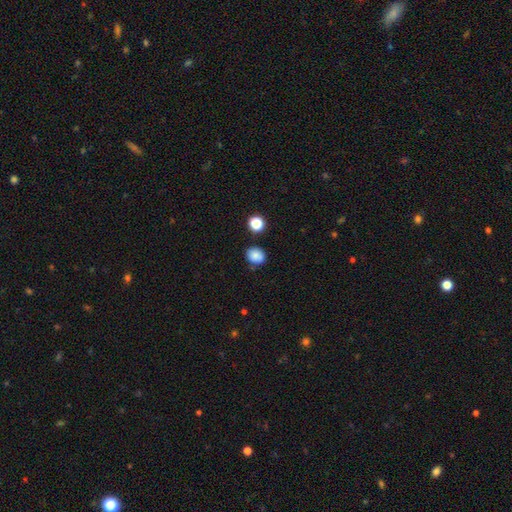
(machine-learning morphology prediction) This appears to be a smooth galaxy with no disk features (84%) that is round (60%). Merging: none (77%).